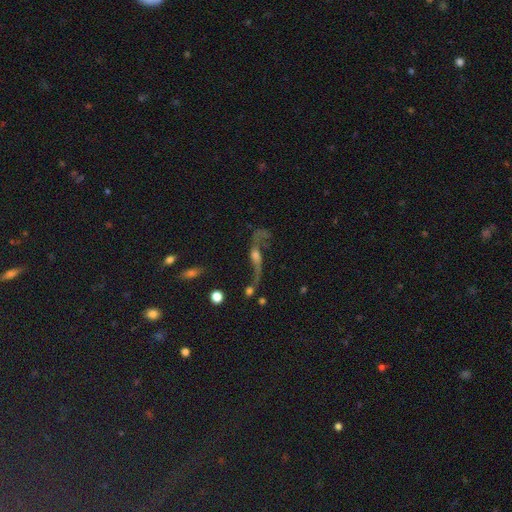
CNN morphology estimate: A featured or disk galaxy (74%) with no bar (59%), spiral arms (83%) and a moderate central bulge (41%). Merging: none (38%).